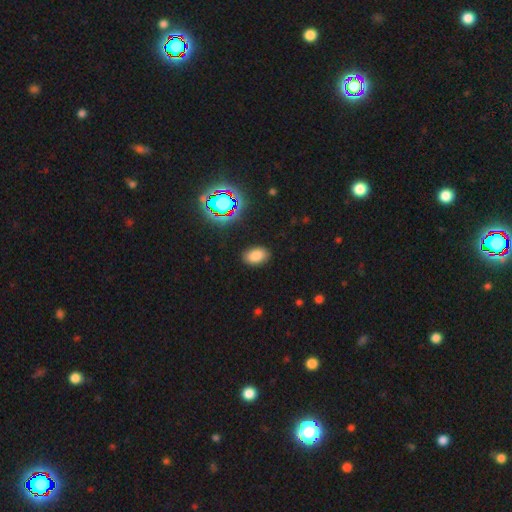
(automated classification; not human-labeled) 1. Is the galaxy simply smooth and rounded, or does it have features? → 79% smooth, 15% star or artifact, 6% featured or disk.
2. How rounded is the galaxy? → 87% in between, 11% round, 1% cigar-shaped.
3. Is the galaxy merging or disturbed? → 87% none, 9% minor disturbance, 3% major disturbance, 1% merger.